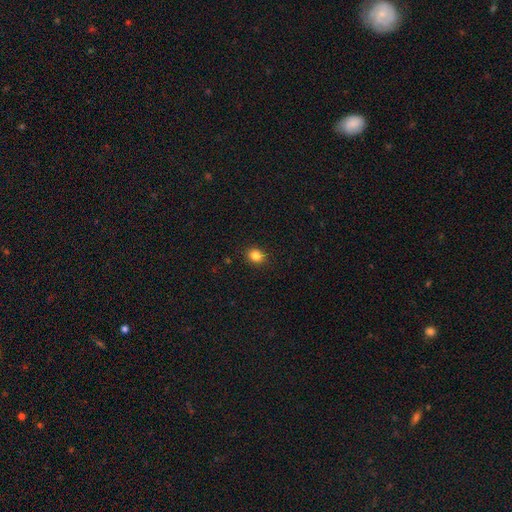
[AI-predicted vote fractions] This is clearly a smooth galaxy (84%). How rounded: likely round (63%). Merging: clearly none (90%).